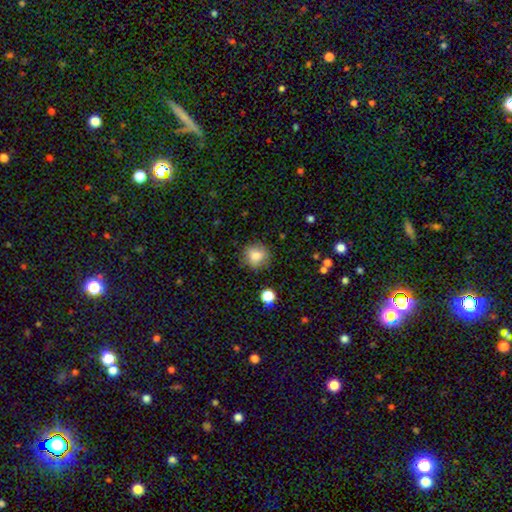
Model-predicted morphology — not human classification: type=smooth (82%); roundness=round (84%); merging=none (79%).